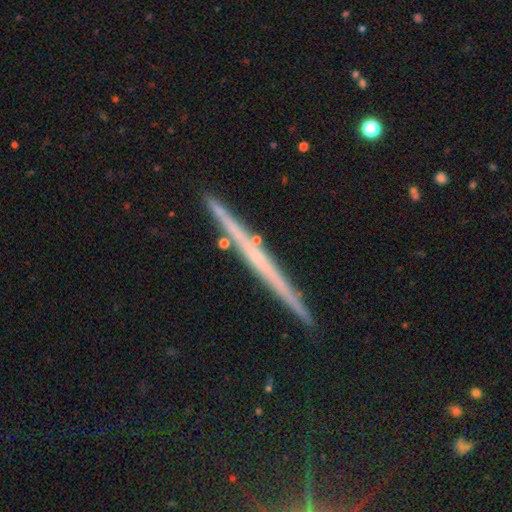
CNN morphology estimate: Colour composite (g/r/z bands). It shows a featured or disk galaxy (62%) viewed edge-on (97%) with no central bulge (73%). Merging: none (89%).